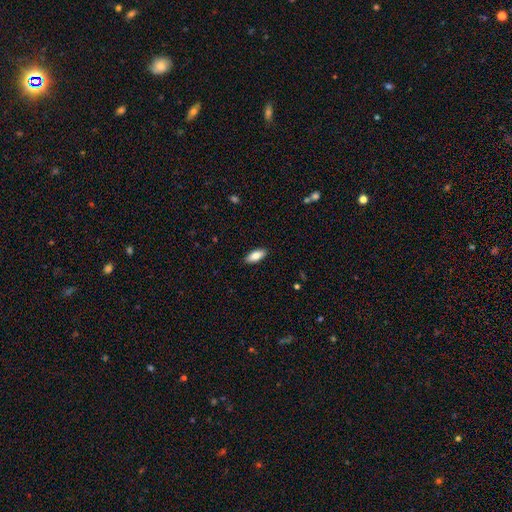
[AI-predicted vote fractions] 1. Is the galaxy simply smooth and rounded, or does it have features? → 83% smooth, 11% featured or disk, 6% star or artifact.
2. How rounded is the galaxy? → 85% in between, 13% cigar-shaped, 2% round.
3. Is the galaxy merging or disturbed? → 89% none, 8% minor disturbance, 2% major disturbance, 1% merger.